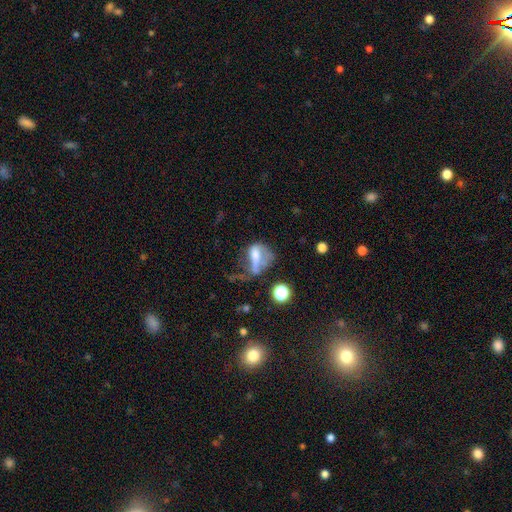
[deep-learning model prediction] Smooth or featured: smooth — 46% (featured or disk — 39%)
Merging: major disturbance — 50% (none — 19%)